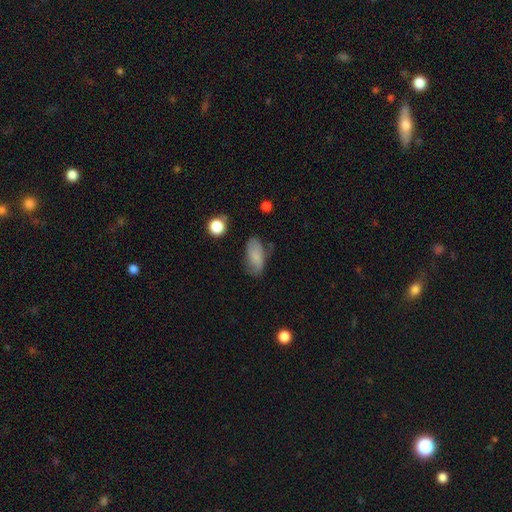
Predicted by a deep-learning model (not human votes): Smooth or featured?
  - smooth: 74% *
  - featured or disk: 18%
  - star or artifact: 9%
How rounded?
  - in between: 91% *
  - cigar-shaped: 6%
  - round: 4%
Merging?
  - none: 63% *
  - minor disturbance: 26%
  - major disturbance: 8%
  - merger: 3%